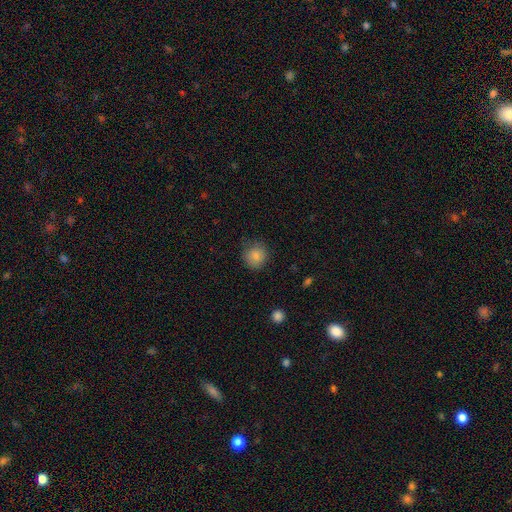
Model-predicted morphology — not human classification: The model was most divided on "merging": none: 79%, minor disturbance: 16%, major disturbance: 4%, merger: 1%. More confident: how rounded — round (87%); smooth or featured — smooth (84%).